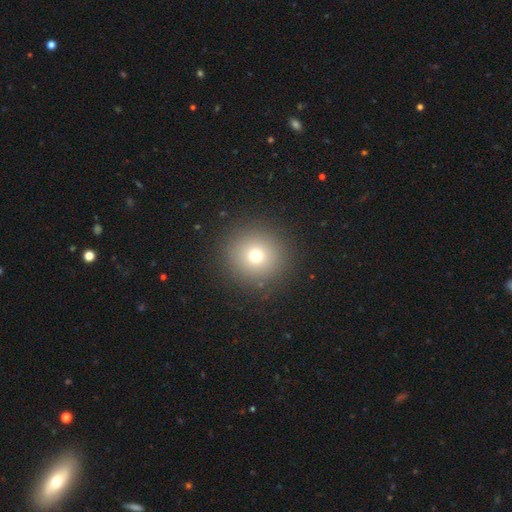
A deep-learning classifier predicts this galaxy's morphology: Smooth or featured? smooth (73%)
How rounded? round (95%)
Merging? none (90%)